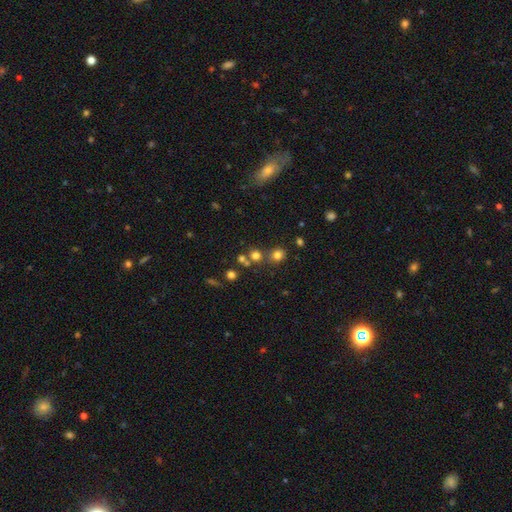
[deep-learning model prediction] This appears to be a smooth galaxy with no disk features (69%) that is round (87%). Merging: none (65%).